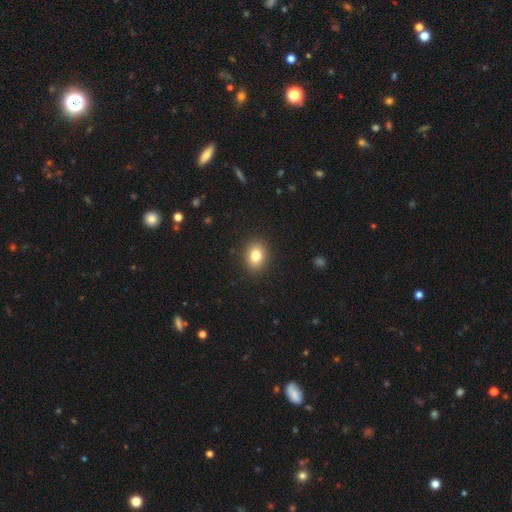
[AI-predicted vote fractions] This appears to be a smooth galaxy with no disk features (82%) that is in between round and cigar-shaped (51%). Merging: none (90%).